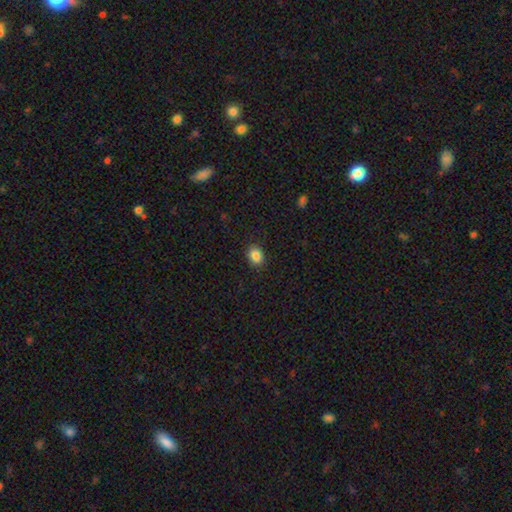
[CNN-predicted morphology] smooth_or_featured: smooth (p=0.86) [alt: star or artifact p=0.10]
how_rounded: round (p=0.50) [alt: in between p=0.49]
merging: none (p=0.89) [alt: minor disturbance p=0.08]